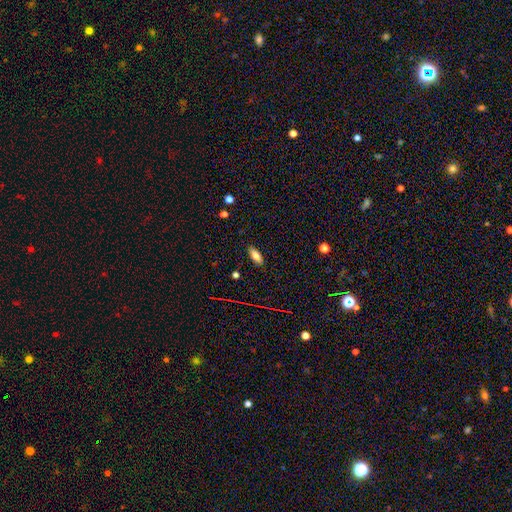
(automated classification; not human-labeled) Smooth or featured? smooth (79%)
How rounded? in between (79%)
Merging? none (87%)